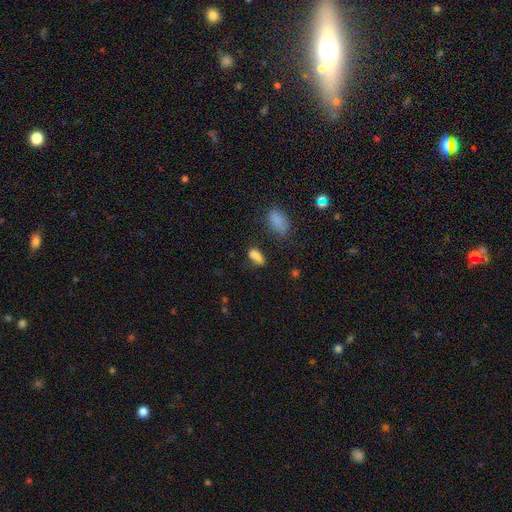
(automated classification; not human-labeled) smooth-or-featured: smooth: 79% | star or artifact: 12% | featured or disk: 9%
  how-rounded: in between: 70% | cigar-shaped: 24% | round: 6%
  merging: none: 55% | minor disturbance: 23% | merger: 12% | major disturbance: 10%